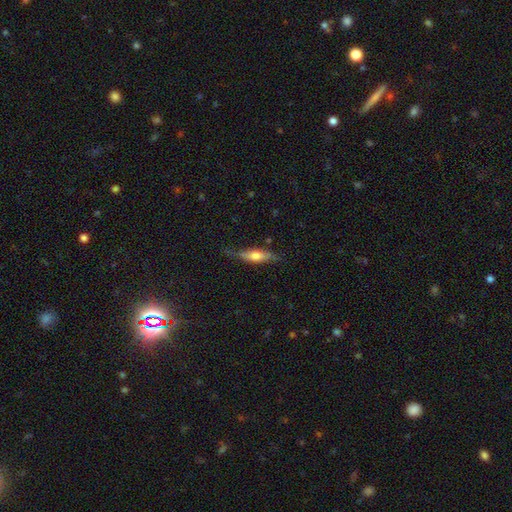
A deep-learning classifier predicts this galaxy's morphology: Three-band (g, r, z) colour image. It shows a featured or disk galaxy (47%, tied with smooth). Merging: none (66%).